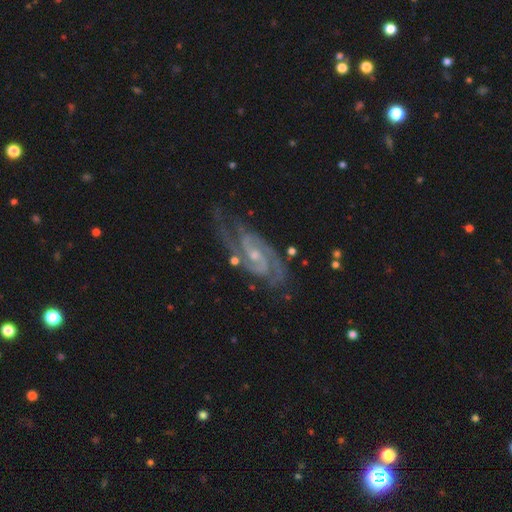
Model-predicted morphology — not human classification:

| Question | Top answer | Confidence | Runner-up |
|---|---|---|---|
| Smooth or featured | featured or disk | 92% | star or artifact (5%) |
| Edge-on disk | no | 97% | yes (3%) |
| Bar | weak | 45% | no (41%) |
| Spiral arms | yes | 99% | no (1%) |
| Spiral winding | medium | 47% | tight (45%) |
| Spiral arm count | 2 | 80% | 3 (9%) |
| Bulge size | small | 66% | moderate (28%) |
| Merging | none | 69% | minor disturbance (20%) |